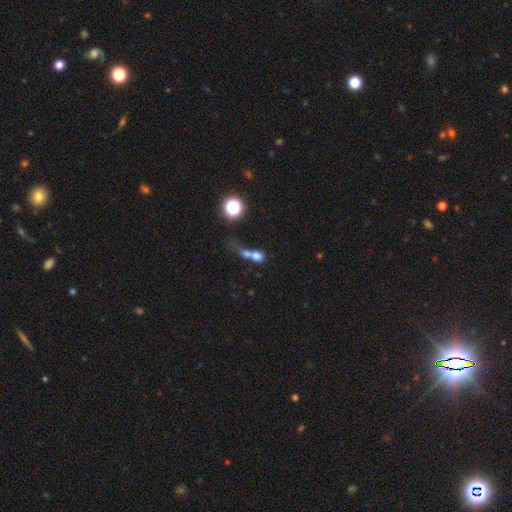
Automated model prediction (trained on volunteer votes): Smooth or featured? smooth (68%)
How rounded? round (58%)
Merging? merger (61%)